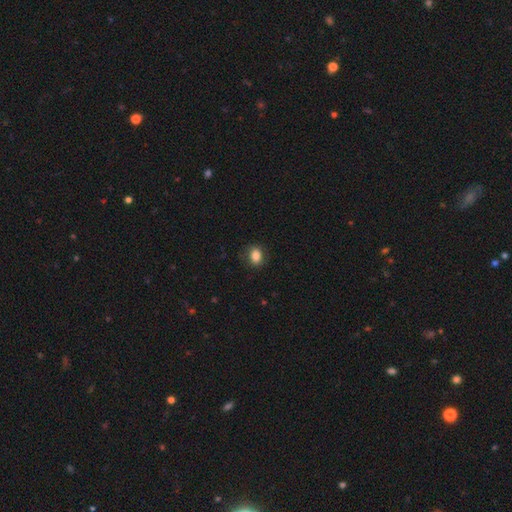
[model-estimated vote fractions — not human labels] Morphology: type=smooth (85%); roundness=in between (61%); merging=none (85%).